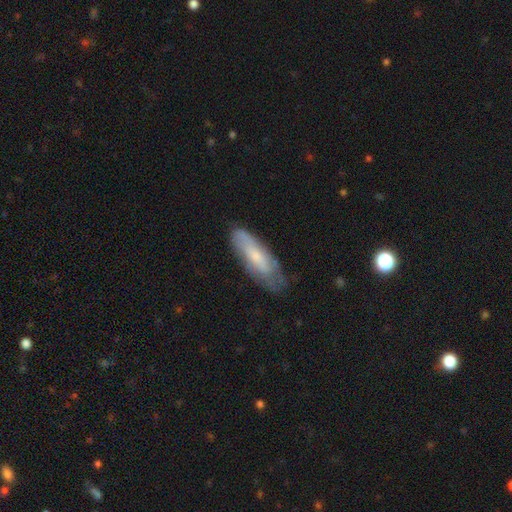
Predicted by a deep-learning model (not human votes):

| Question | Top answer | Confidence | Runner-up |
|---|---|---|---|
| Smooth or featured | smooth | 51% | featured or disk (42%) |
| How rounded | in between | 54% | cigar-shaped (44%) |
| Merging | none | 62% | minor disturbance (28%) |